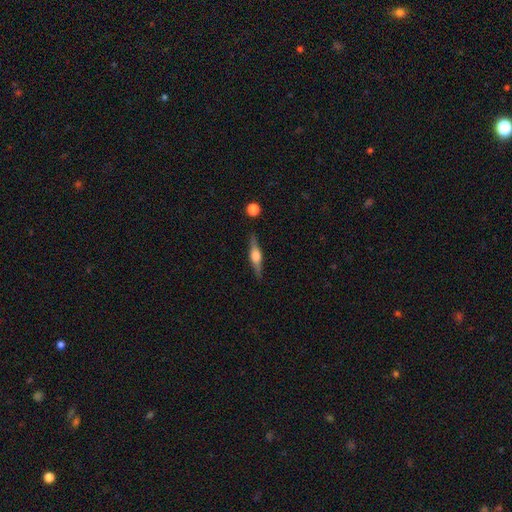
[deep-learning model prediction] Smooth or featured?
  - featured or disk: 70% *
  - smooth: 23%
  - star or artifact: 6%
Edge-on disk?
  - yes: 97% *
  - no: 3%
Edge-on bulge?
  - rounded: 86% *
  - boxy: 11%
  - none: 2%
Merging?
  - none: 87% *
  - minor disturbance: 9%
  - major disturbance: 2%
  - merger: 2%